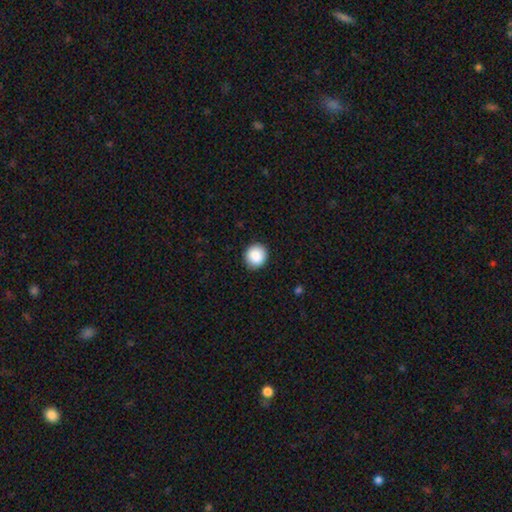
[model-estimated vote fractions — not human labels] Morphology: type=smooth (88%); roundness=round (87%); merging=none (90%).